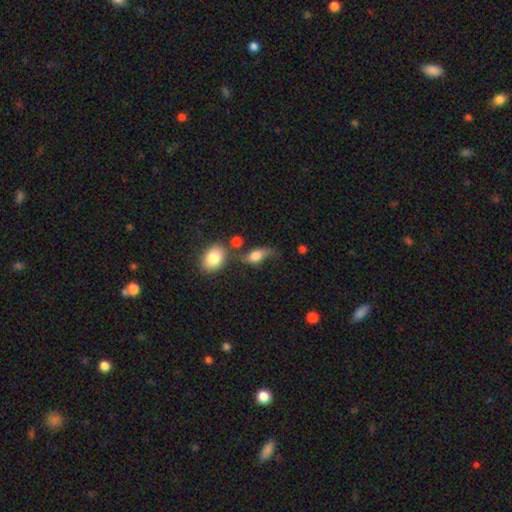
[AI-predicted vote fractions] smooth_or_featured: smooth (p=0.68) [alt: featured or disk p=0.23]
how_rounded: in between (p=0.80) [alt: round p=0.11]
merging: none (p=0.47) [alt: minor disturbance p=0.26]